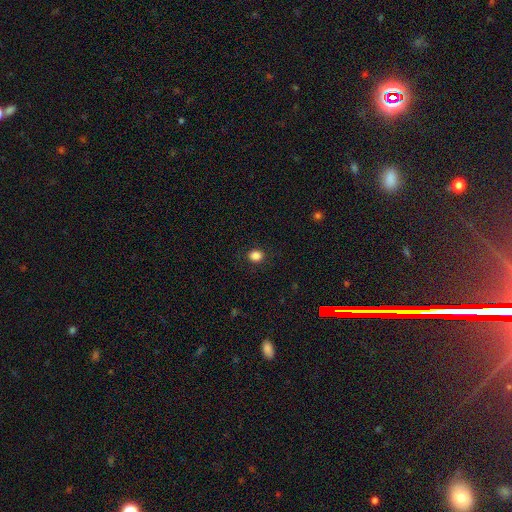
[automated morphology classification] A smooth galaxy with no disk features (86%) that is round (69%). Merging: none (89%).